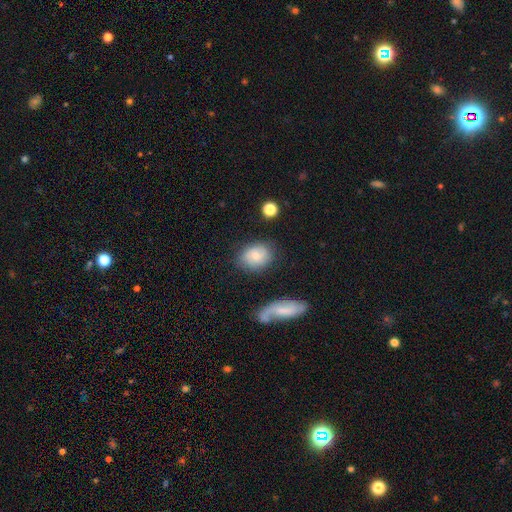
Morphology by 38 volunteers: Smooth or featured?
  - smooth: 79% *
  - featured or disk: 16%
  - star or artifact: 5%
How rounded?
  - in between: 70% *
  - round: 27%
  - cigar-shaped: 3%
Merging?
  - none: 78% *
  - minor disturbance: 14%
  - major disturbance: 6%
  - merger: 3%